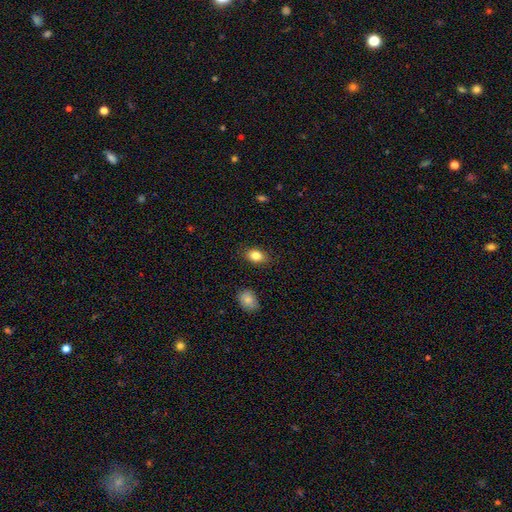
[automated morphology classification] A smooth galaxy with no disk features (83%) that is in between round and cigar-shaped (76%). Merging: none (86%).